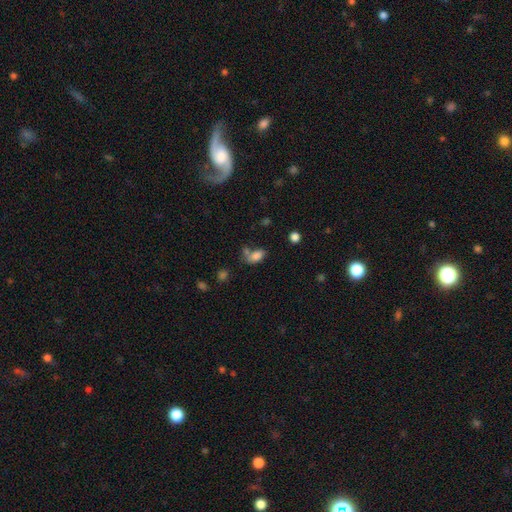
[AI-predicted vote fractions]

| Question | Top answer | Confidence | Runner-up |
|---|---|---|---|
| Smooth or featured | smooth | 81% | star or artifact (11%) |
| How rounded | in between | 88% | round (9%) |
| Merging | none | 44% | merger (26%) |